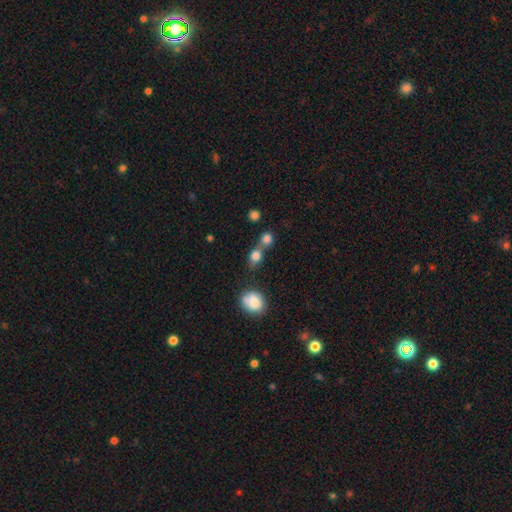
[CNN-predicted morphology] Overall: smooth (78%). How rounded: round (62%; in between 35%). Merging: none (43%; merger 42%).